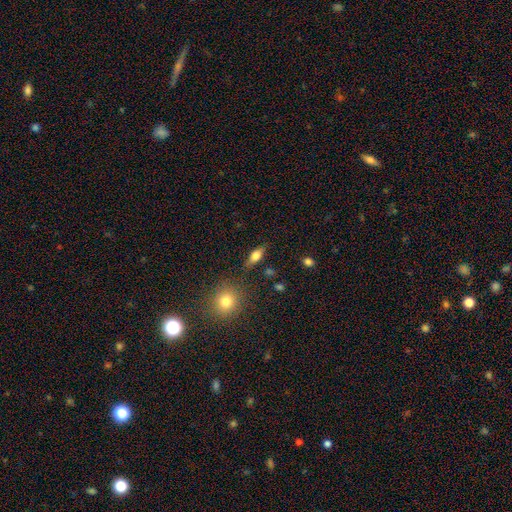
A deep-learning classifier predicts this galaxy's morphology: This is likely a smooth galaxy (62%). How rounded: likely in between (70%). Merging: clearly none (80%).